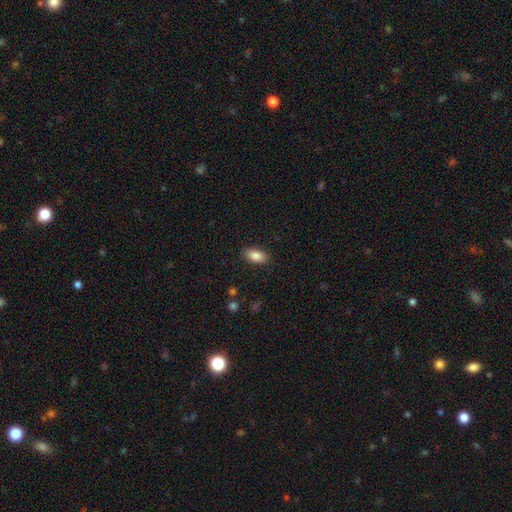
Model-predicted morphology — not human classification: smooth_or_featured: smooth (p=0.87) [alt: star or artifact p=0.07]
how_rounded: in between (p=0.91) [alt: cigar-shaped p=0.05]
merging: none (p=0.87) [alt: minor disturbance p=0.09]